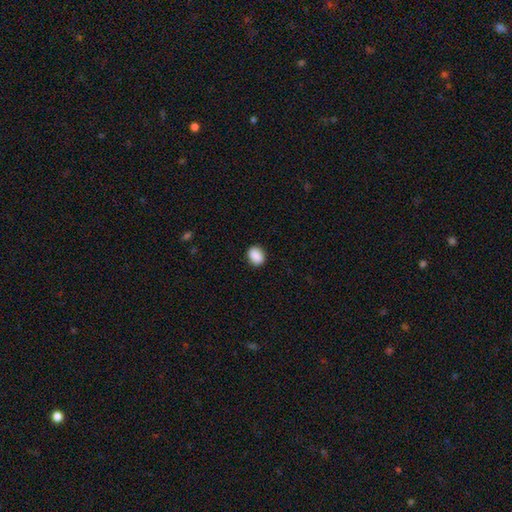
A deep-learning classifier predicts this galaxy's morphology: smooth-or-featured: smooth: 89% | star or artifact: 8% | featured or disk: 3%
  how-rounded: in between: 67% | round: 32% | cigar-shaped: 1%
  merging: none: 88% | minor disturbance: 9% | major disturbance: 2% | merger: 1%